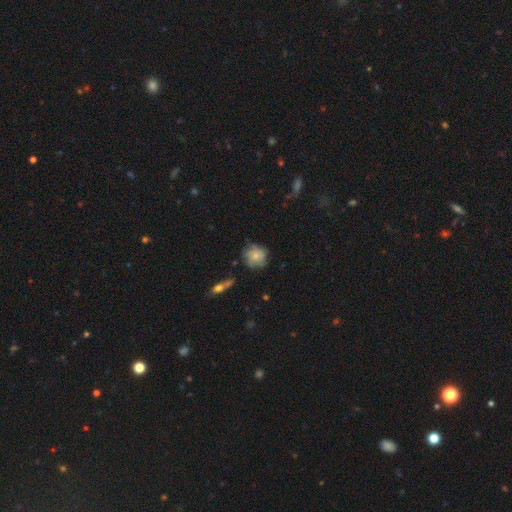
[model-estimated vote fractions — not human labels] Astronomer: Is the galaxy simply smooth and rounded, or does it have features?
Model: smooth — 62%.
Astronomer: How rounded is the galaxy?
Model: round — 82%.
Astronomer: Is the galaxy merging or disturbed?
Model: none — 63%.